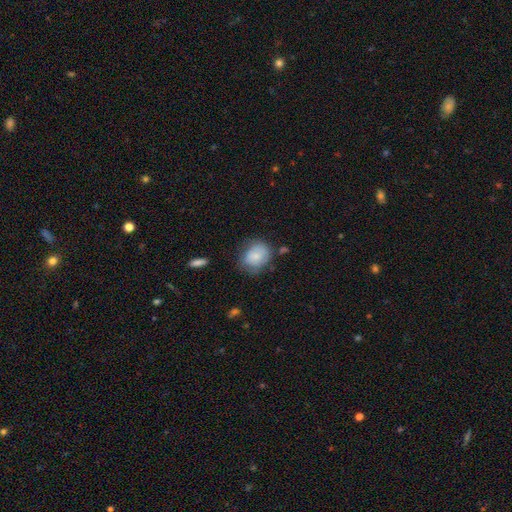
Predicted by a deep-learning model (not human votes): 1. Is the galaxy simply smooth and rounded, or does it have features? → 78% smooth, 15% featured or disk, 7% star or artifact.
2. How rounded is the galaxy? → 56% round, 43% in between, 1% cigar-shaped.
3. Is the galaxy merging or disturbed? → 59% none, 28% minor disturbance, 10% major disturbance, 4% merger.